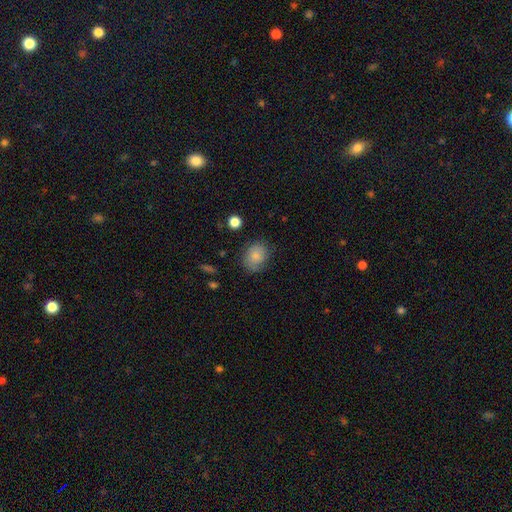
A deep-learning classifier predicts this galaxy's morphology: type=smooth (71%); roundness=round (53%); merging=none (75%).